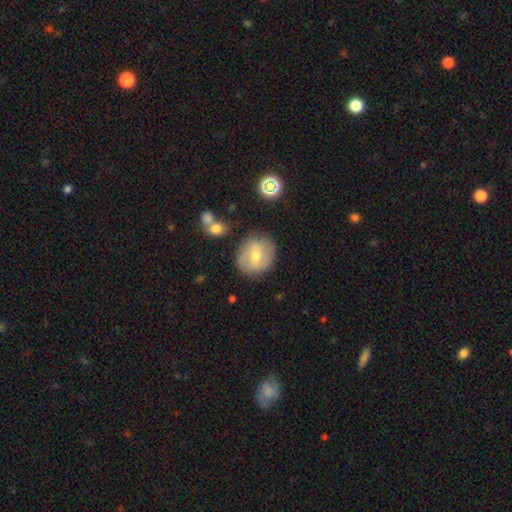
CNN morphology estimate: Smooth or featured? Predicted: smooth (p=0.52). How rounded? Predicted: round (p=0.80). Merging? Predicted: none (p=0.81).